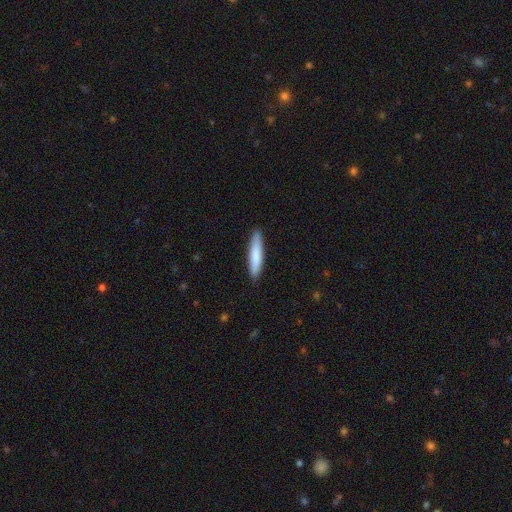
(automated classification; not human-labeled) Smooth or featured: smooth — 82% (featured or disk — 14%)
How rounded: cigar-shaped — 86% (in between — 13%)
Merging: none — 90% (minor disturbance — 8%)